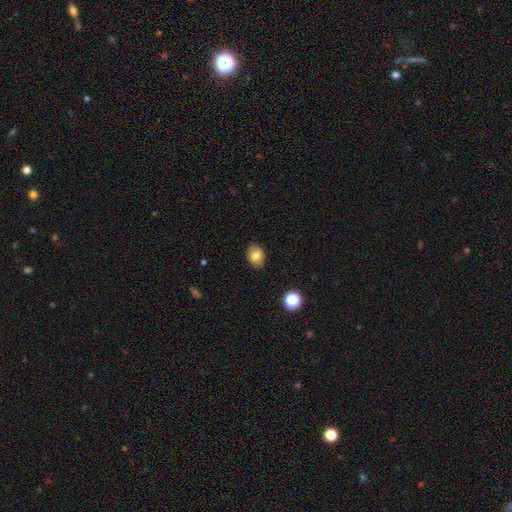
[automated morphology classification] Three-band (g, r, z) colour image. It shows a smooth galaxy with no disk features (79%) that is in between round and cigar-shaped (50%). Merging: none (87%).